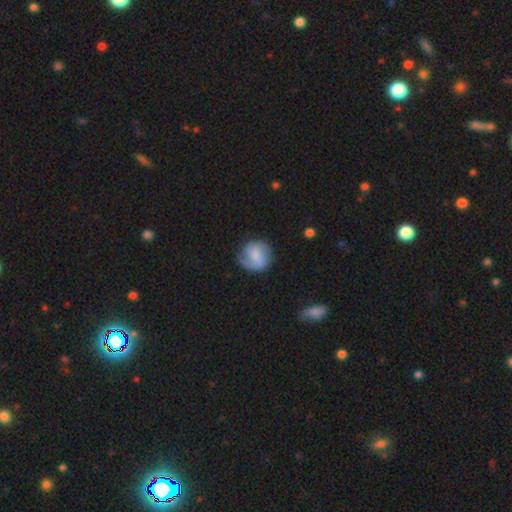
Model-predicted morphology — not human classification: smooth-or-featured: smooth: 56% | featured or disk: 37% | star or artifact: 7%
  how-rounded: round: 87% | in between: 12% | cigar-shaped: 1%
  merging: none: 69% | minor disturbance: 21% | major disturbance: 8% | merger: 2%